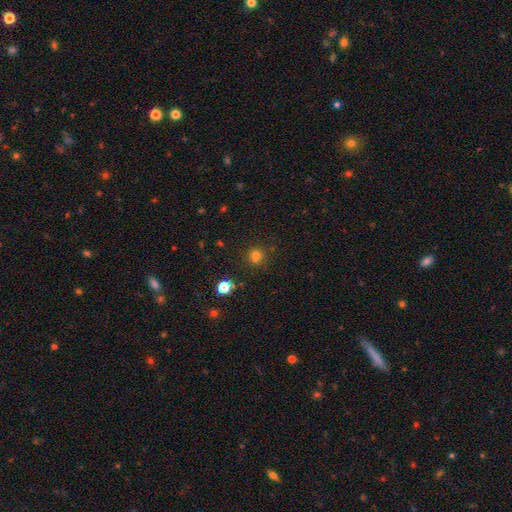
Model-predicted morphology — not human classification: This appears to be a smooth galaxy with no disk features (76%) that is round (92%). Merging: none (84%).